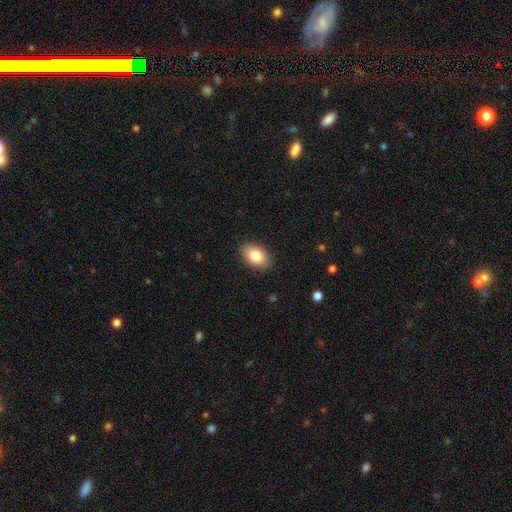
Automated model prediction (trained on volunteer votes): Q: Smooth or featured?
A: smooth (82%); runner-up: featured or disk (10%)
Q: How rounded?
A: in between (88%); runner-up: round (11%)
Q: Merging?
A: none (88%); runner-up: minor disturbance (9%)